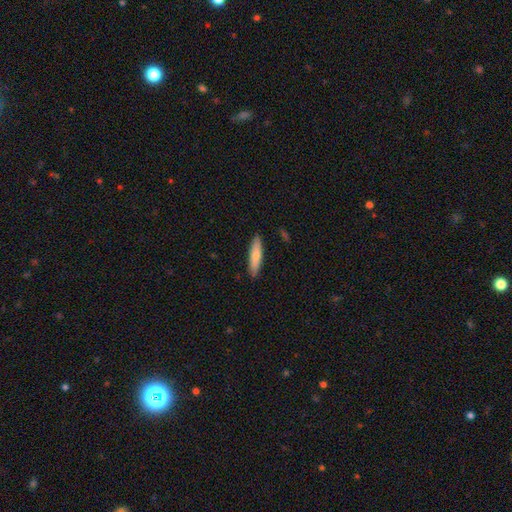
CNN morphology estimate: Smooth or featured: smooth — 74% (featured or disk — 20%)
How rounded: cigar-shaped — 78% (in between — 20%)
Merging: none — 89% (minor disturbance — 8%)